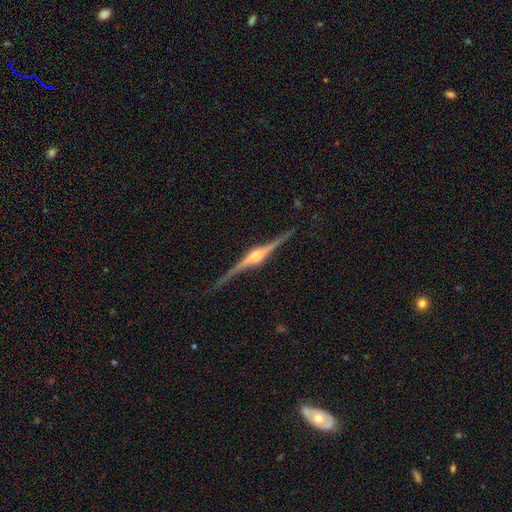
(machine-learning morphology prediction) The model was most divided on "merging": none: 87%, minor disturbance: 10%, major disturbance: 2%, merger: 1%. More confident: edge-on disk — yes (98%); edge-on bulge — rounded (89%); smooth or featured — featured or disk (89%).